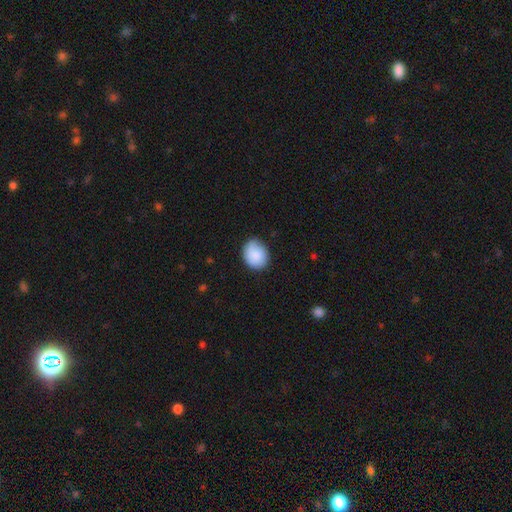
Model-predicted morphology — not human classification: smooth 88%, star or artifact 7%, featured or disk 5%. Down the decision tree: how rounded — round (59%); merging — none (80%).